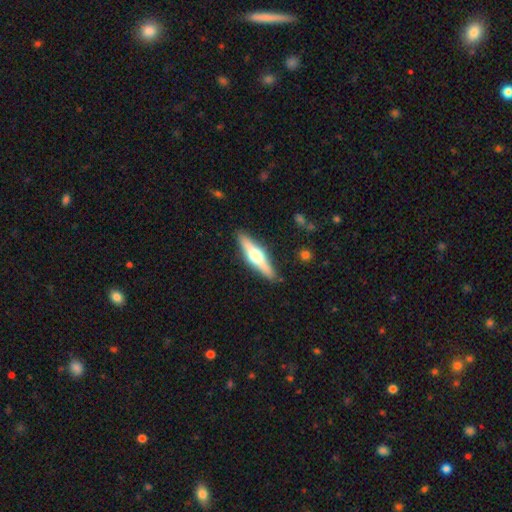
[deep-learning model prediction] Smooth or featured: featured or disk — 61% (smooth — 34%)
Edge-on disk: yes — 95% (no — 5%)
Edge-on bulge: rounded — 95% (boxy — 3%)
Merging: none — 89% (minor disturbance — 8%)